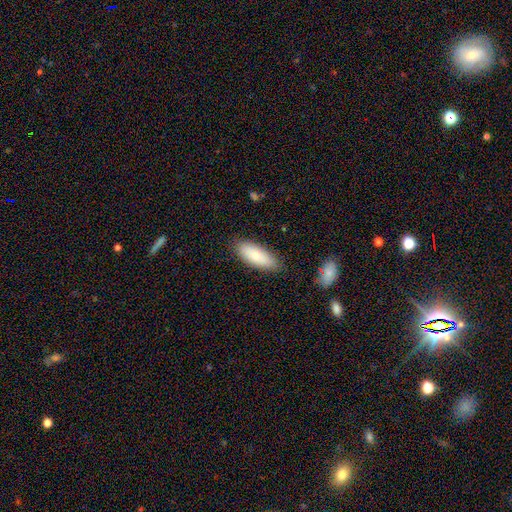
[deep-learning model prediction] Overall: smooth (73%). How rounded: in between (77%). Merging: none (85%).